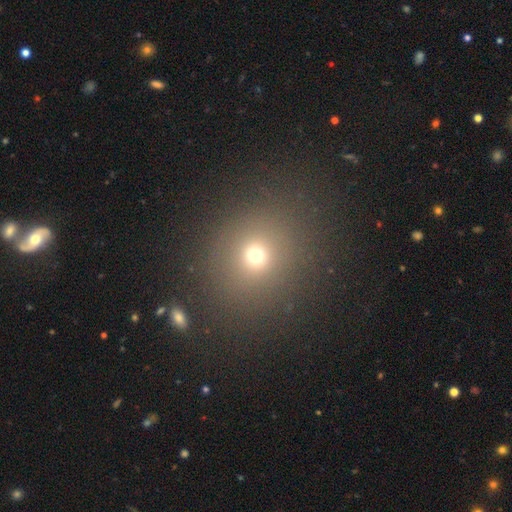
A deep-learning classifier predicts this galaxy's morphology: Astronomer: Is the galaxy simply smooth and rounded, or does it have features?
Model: smooth — 69%.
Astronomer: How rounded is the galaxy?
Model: round — 83%.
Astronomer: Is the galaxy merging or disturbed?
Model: none — 81%.